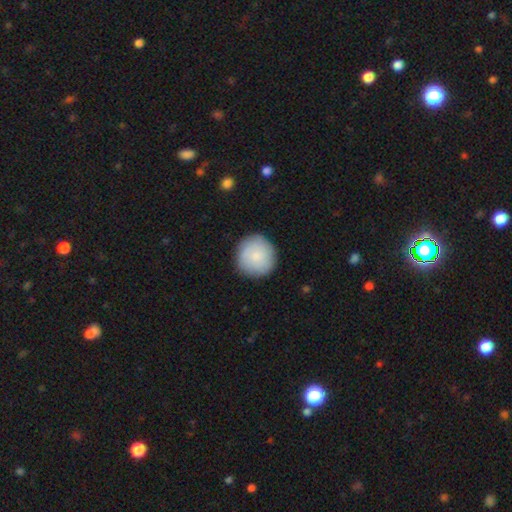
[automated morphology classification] Smooth or featured?
  - smooth: 83% *
  - featured or disk: 11%
  - star or artifact: 6%
How rounded?
  - round: 93% *
  - in between: 6%
  - cigar-shaped: 1%
Merging?
  - none: 87% *
  - minor disturbance: 9%
  - major disturbance: 2%
  - merger: 1%